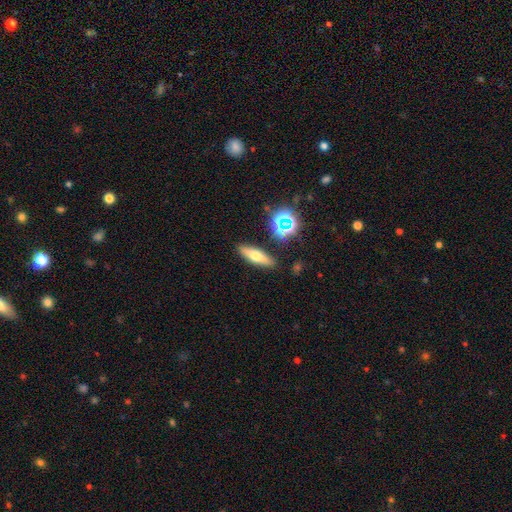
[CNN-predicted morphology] Smooth or featured?
  - smooth: 57% *
  - featured or disk: 30%
  - star or artifact: 12%
How rounded?
  - cigar-shaped: 51% *
  - in between: 43%
  - round: 5%
Merging?
  - none: 87% *
  - minor disturbance: 8%
  - merger: 3%
  - major disturbance: 2%